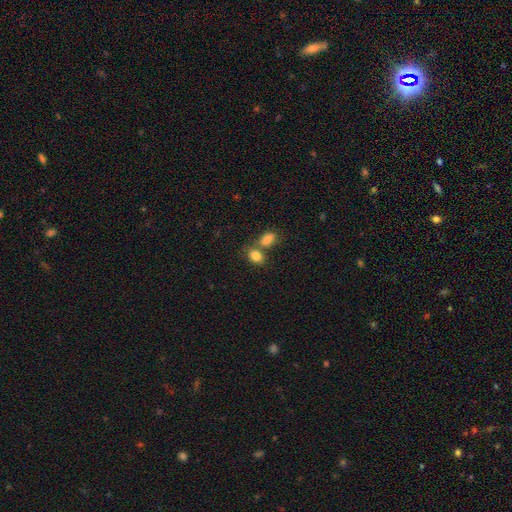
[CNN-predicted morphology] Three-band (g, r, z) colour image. It shows a smooth galaxy with no disk features (84%) that is in between round and cigar-shaped (78%). Merging: none (43%).